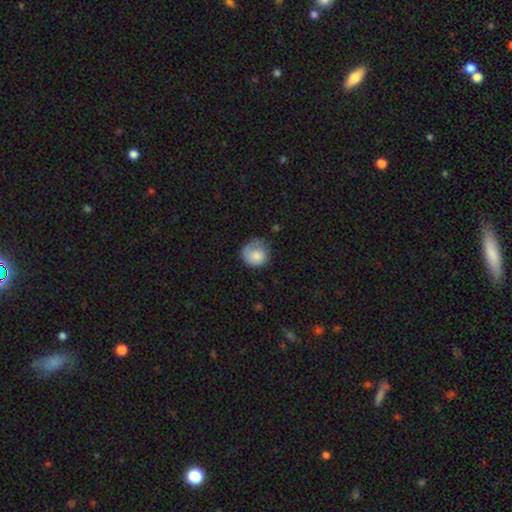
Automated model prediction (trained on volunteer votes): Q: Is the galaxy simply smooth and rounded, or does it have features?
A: smooth — 79%.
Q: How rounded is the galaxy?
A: round — 85%.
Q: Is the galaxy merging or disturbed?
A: none — 50%.